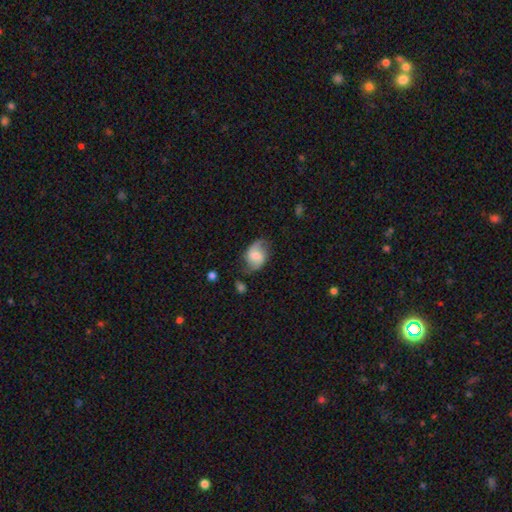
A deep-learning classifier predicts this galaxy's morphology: A featured or disk galaxy (56%) with no bar (46%), spiral arms (87%) and a moderate central bulge (53%). Merging: none (64%).